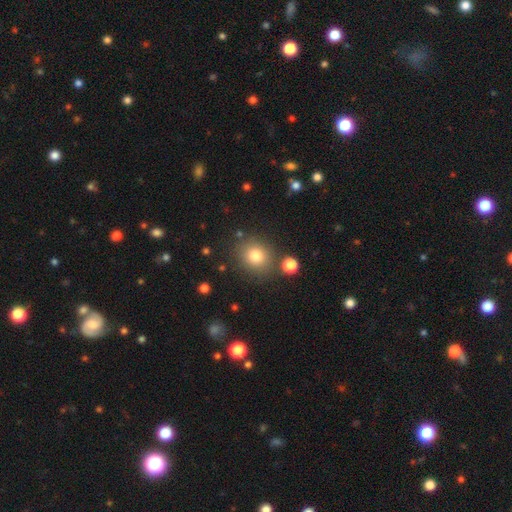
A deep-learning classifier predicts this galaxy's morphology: A smooth galaxy with no disk features (81%) that is round (77%). Merging: none (79%).